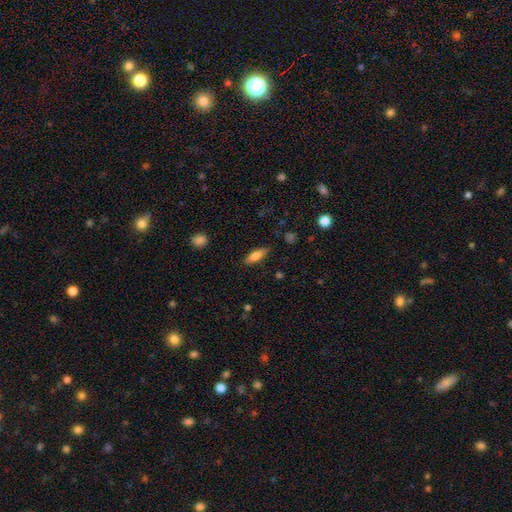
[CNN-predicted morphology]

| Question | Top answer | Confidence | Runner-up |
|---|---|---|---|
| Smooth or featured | smooth | 76% | featured or disk (17%) |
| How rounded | in between | 55% | cigar-shaped (43%) |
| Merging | none | 86% | minor disturbance (10%) |